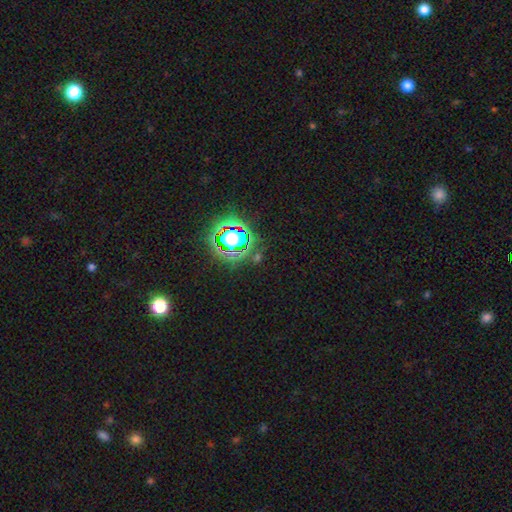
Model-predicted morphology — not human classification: Q: Smooth or featured?
A: star or artifact (69%); runner-up: smooth (20%)